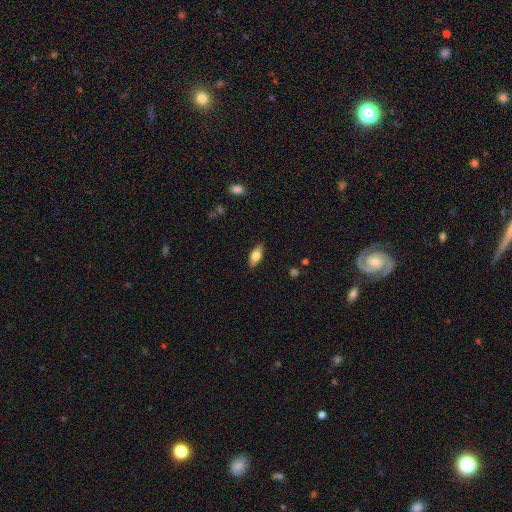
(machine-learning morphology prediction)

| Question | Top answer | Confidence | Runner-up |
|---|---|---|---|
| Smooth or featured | smooth | 68% | featured or disk (25%) |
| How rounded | in between | 76% | cigar-shaped (21%) |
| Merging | none | 87% | minor disturbance (10%) |